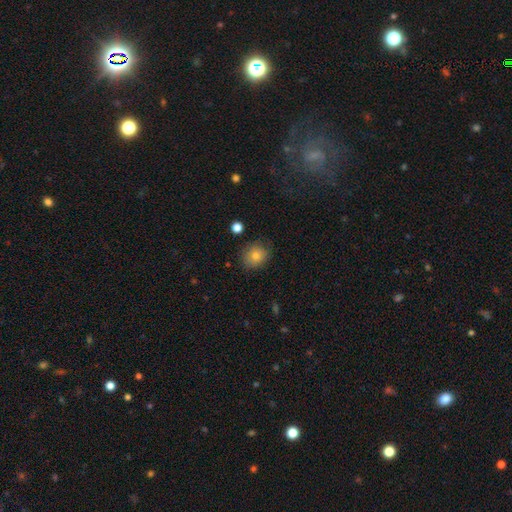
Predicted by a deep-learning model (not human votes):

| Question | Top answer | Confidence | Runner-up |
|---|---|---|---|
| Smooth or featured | smooth | 78% | star or artifact (11%) |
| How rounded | round | 77% | in between (22%) |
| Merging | none | 80% | minor disturbance (15%) |